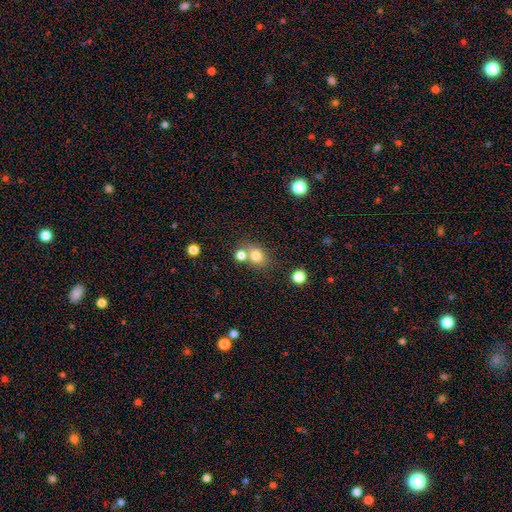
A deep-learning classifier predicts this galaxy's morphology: Smooth or featured?
  - smooth: 77% *
  - star or artifact: 13%
  - featured or disk: 10%
How rounded?
  - round: 68% *
  - in between: 31%
  - cigar-shaped: 1%
Merging?
  - none: 54% *
  - merger: 33%
  - minor disturbance: 9%
  - major disturbance: 4%